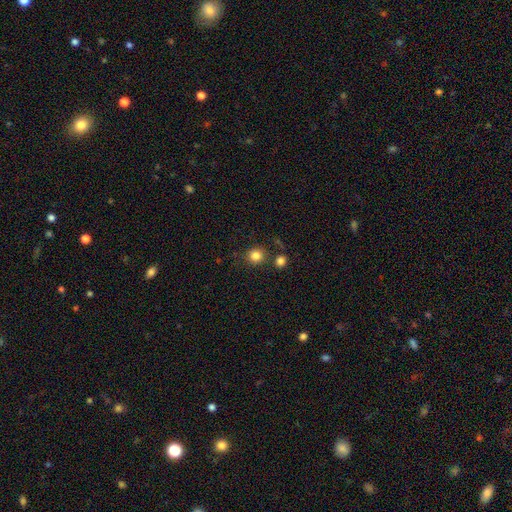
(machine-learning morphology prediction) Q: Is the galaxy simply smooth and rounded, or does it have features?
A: smooth — 83%.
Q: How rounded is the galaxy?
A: round — 89%.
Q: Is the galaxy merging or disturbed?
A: none — 81%.